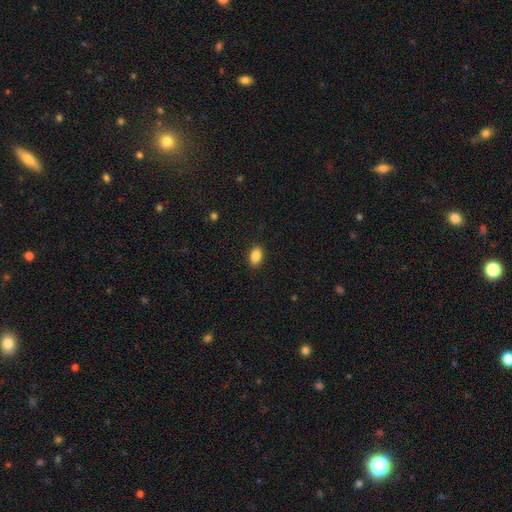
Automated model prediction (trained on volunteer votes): A smooth galaxy with no disk features (87%) that is in between round and cigar-shaped (89%).

Vote fractions:
- Smooth or featured? smooth: 87% / star or artifact: 8% / featured or disk: 5%
- How rounded? in between: 89% / round: 10% / cigar-shaped: 2%
- Merging? none: 89% / minor disturbance: 8% / major disturbance: 2% / merger: 1%